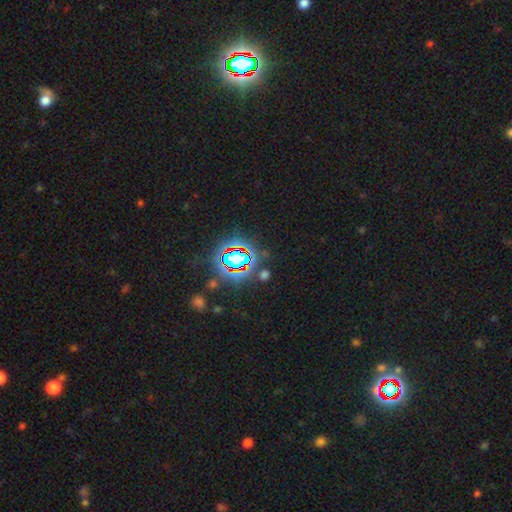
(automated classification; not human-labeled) This is likely a star or artifact rather than a galaxy (80%).